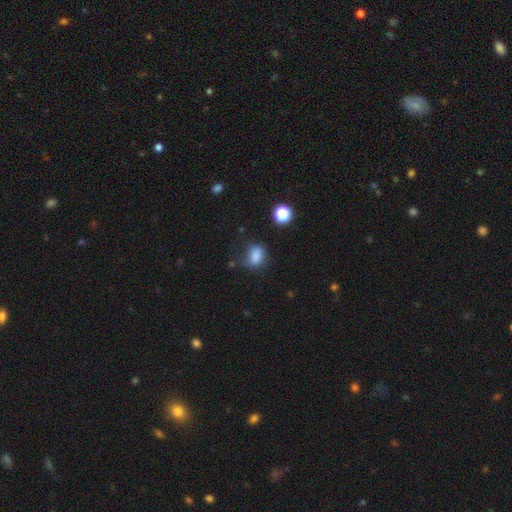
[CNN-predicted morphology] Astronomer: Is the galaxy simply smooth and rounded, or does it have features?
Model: smooth — 80%.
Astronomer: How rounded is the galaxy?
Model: in between — 66%.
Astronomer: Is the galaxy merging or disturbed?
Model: none — 52% (runner-up: minor disturbance, 30%).